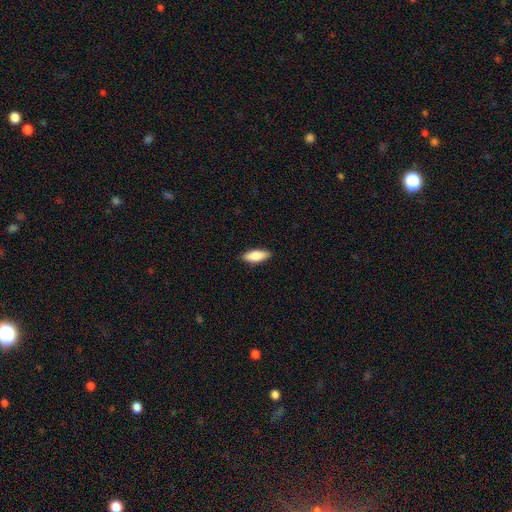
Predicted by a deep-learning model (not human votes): Smooth or featured: smooth — 83% (featured or disk — 11%)
How rounded: in between — 71% (cigar-shaped — 27%)
Merging: none — 88% (minor disturbance — 9%)